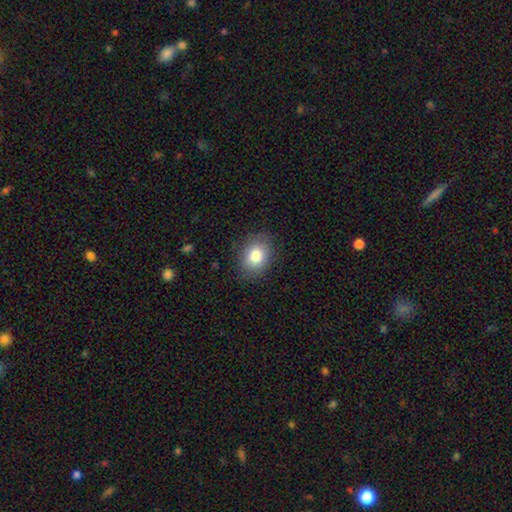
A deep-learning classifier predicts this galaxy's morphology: Overall: smooth (81%). How rounded: in between (58%; round 41%). Merging: none (85%).